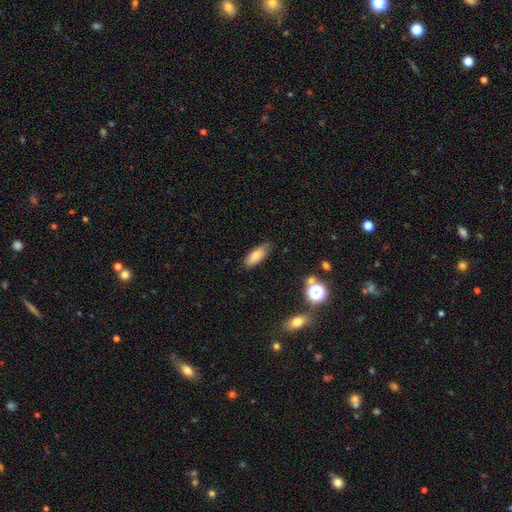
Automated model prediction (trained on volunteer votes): Smooth or featured? Predicted: smooth (p=0.76). How rounded? Predicted: in between (p=0.76). Merging? Predicted: none (p=0.74).